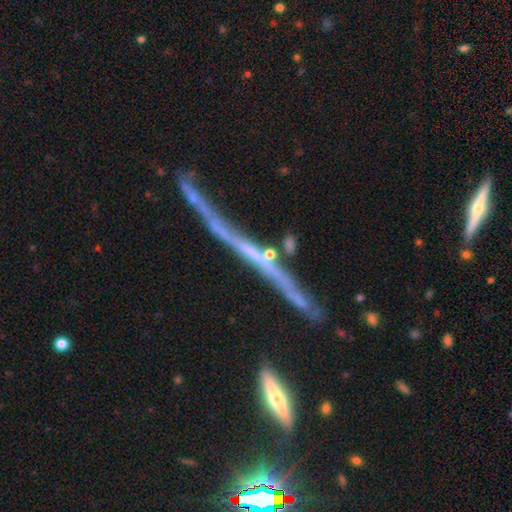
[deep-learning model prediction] This is likely a featured or disk galaxy (70%). It is clearly viewed edge-on (89%). Edge-on bulge: likely none (73%). Merging: possibly none (56%).